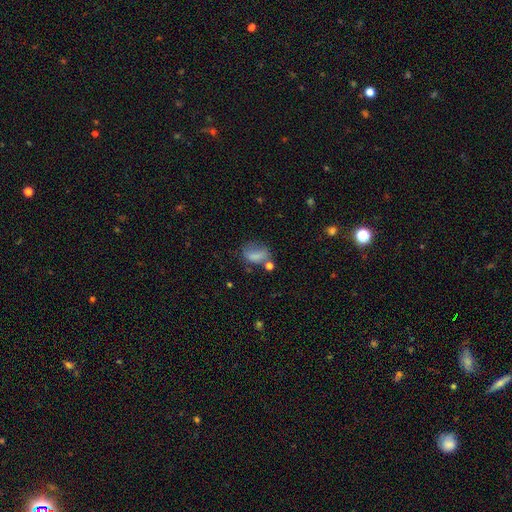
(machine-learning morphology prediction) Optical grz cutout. It shows a smooth galaxy with no disk features (72%) that is in between round and cigar-shaped (78%). Merging: none (37%).